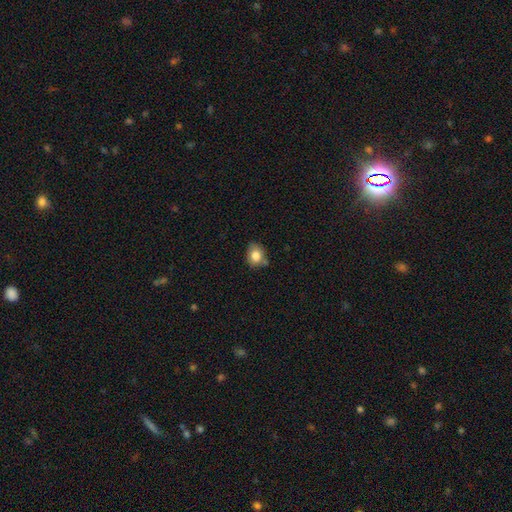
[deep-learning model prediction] This appears to be a smooth galaxy with no disk features (80%) that is round (50%). Merging: none (61%).